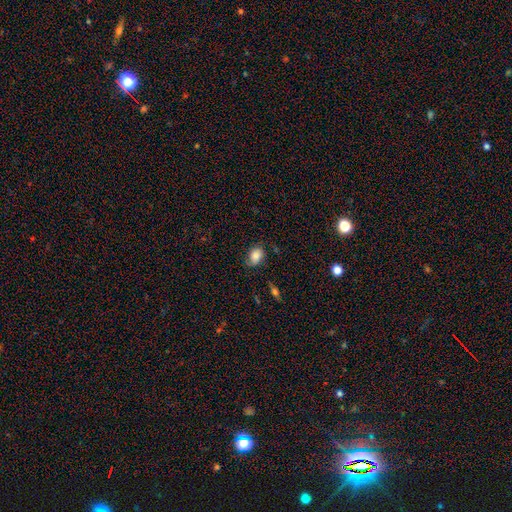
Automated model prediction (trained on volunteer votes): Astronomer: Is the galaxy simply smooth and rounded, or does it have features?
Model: smooth — 76%.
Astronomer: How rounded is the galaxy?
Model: in between — 73%.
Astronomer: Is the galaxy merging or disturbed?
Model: none — 68%.